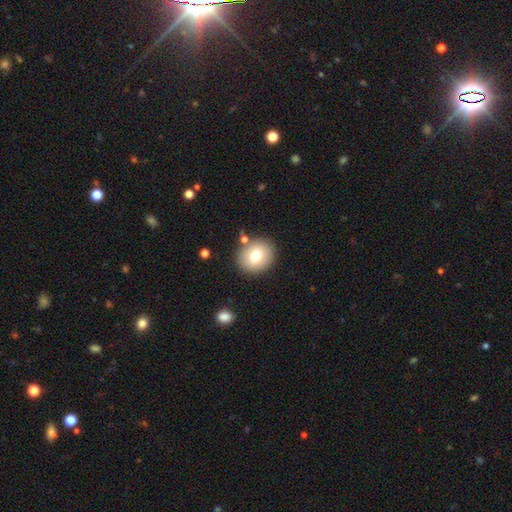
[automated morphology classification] smooth 74%, featured or disk 16%, star or artifact 10%. Down the decision tree: how rounded — round (70%); merging — none (83%).